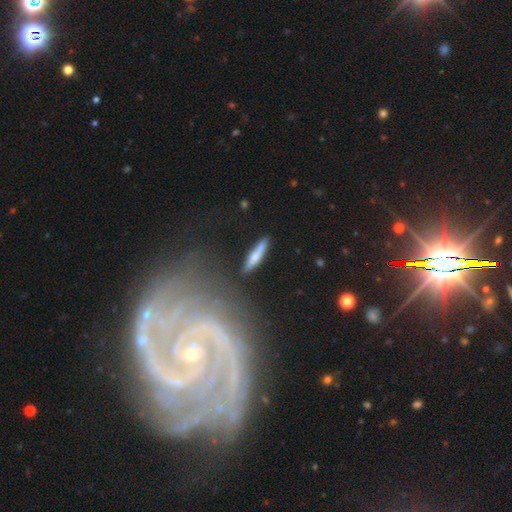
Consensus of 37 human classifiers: Morphology: type=smooth (70%); roundness=cigar-shaped (73%); merging=none (86%).